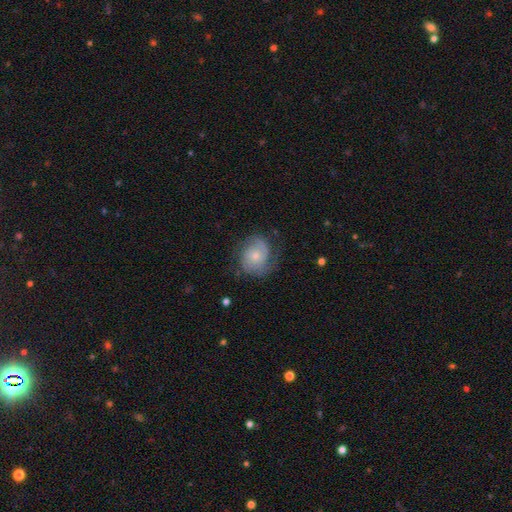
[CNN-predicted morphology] Smooth or featured?
  - featured or disk: 62% *
  - smooth: 31%
  - star or artifact: 7%
Edge-on disk?
  - no: 97% *
  - yes: 3%
Bar?
  - no: 76% *
  - weak: 21%
  - strong: 3%
Spiral arms?
  - yes: 89% *
  - no: 11%
Spiral winding?
  - tight: 45% *
  - medium: 38%
  - loose: 17%
Spiral arm count?
  - 2: 60% *
  - can't tell: 19%
  - 1: 10%
  - 3: 7%
  - 4: 2%
  - more than 4: 2%
Bulge size?
  - small: 56% *
  - moderate: 36%
  - none: 3%
  - large: 3%
  - dominant: 1%
Merging?
  - none: 64% *
  - minor disturbance: 23%
  - major disturbance: 12%
  - merger: 1%